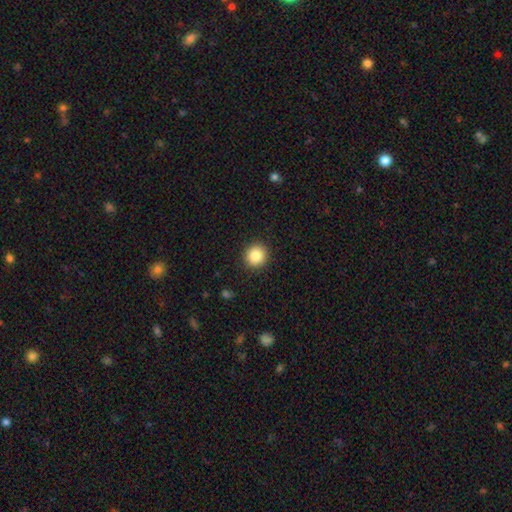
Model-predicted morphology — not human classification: A smooth galaxy with no disk features (85%) that is round (92%). Merging: none (92%).